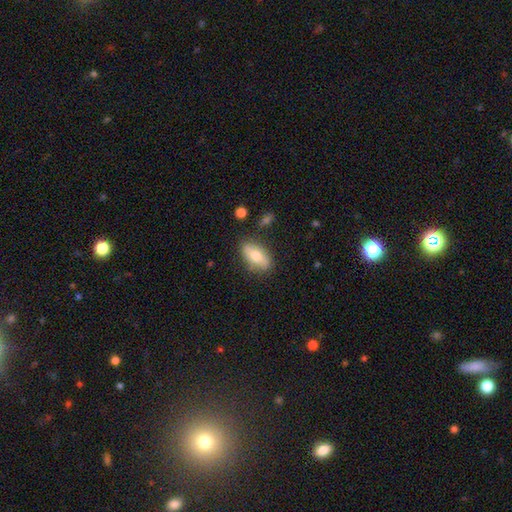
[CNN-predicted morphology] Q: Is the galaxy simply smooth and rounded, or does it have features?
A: smooth — 70%.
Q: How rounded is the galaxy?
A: in between — 88%.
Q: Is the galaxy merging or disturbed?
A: none — 78%.